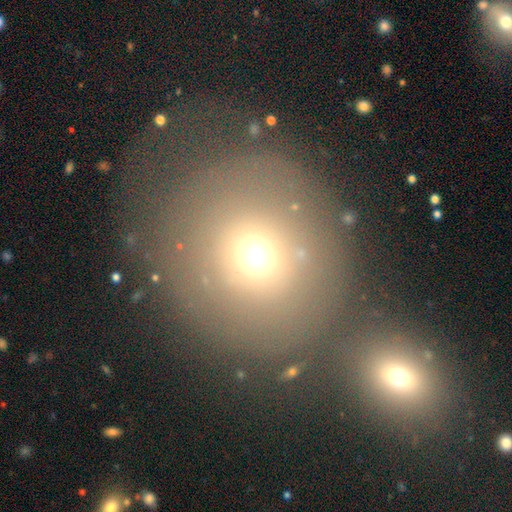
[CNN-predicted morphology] This is likely a smooth galaxy (65%). How rounded: clearly round (88%). Merging: possibly none (49%).